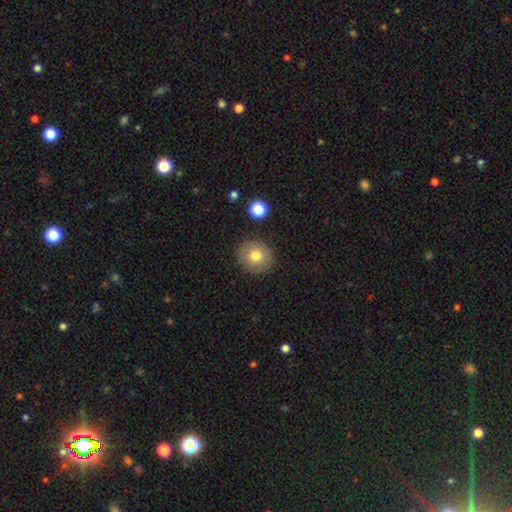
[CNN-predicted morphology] Smooth or featured?
  - smooth: 76% *
  - featured or disk: 14%
  - star or artifact: 10%
How rounded?
  - round: 85% *
  - in between: 14%
  - cigar-shaped: 1%
Merging?
  - none: 87% *
  - minor disturbance: 9%
  - major disturbance: 2%
  - merger: 2%